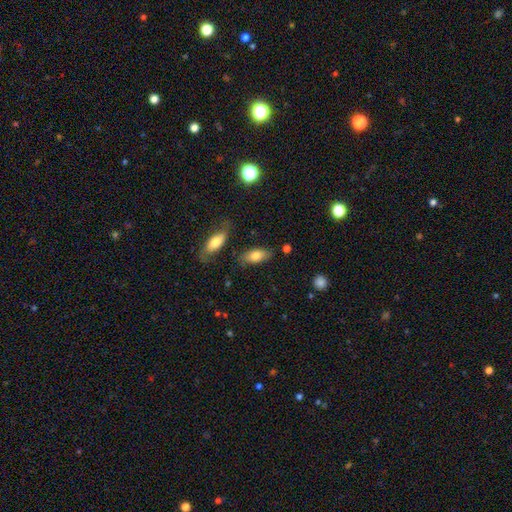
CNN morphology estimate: Q: Smooth or featured?
A: smooth (77%); runner-up: featured or disk (16%)
Q: How rounded?
A: in between (87%); runner-up: cigar-shaped (10%)
Q: Merging?
A: none (76%); runner-up: minor disturbance (16%)